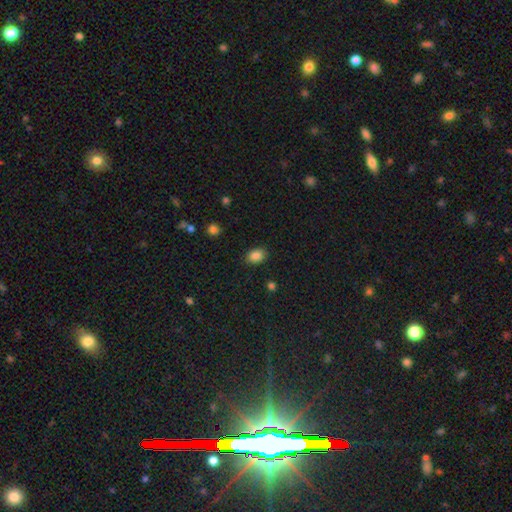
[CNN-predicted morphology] Smooth or featured?
  - smooth: 85% *
  - star or artifact: 9%
  - featured or disk: 6%
How rounded?
  - in between: 76% *
  - round: 23%
  - cigar-shaped: 1%
Merging?
  - none: 88% *
  - minor disturbance: 9%
  - major disturbance: 2%
  - merger: 1%